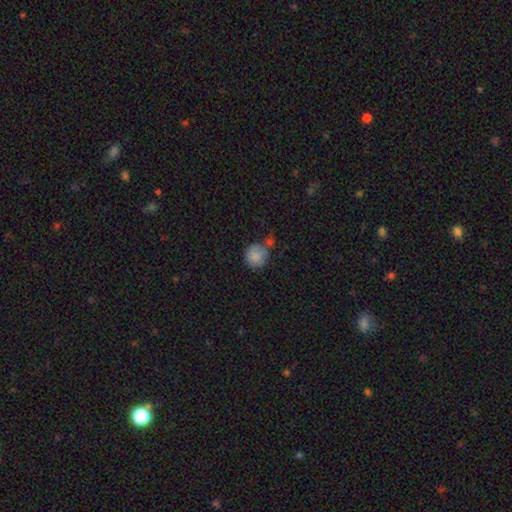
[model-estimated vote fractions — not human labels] Smooth or featured? smooth (85%)
How rounded? round (91%)
Merging? none (53%)